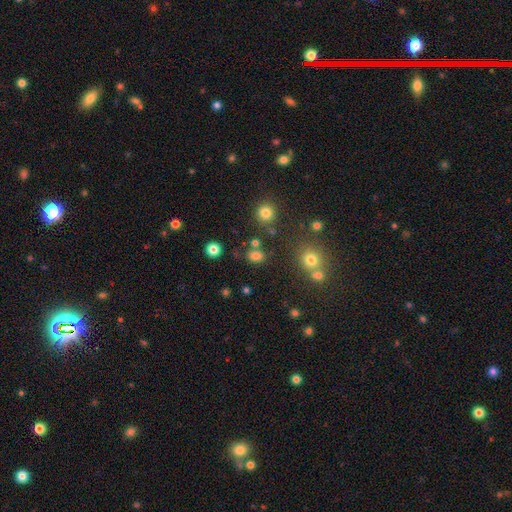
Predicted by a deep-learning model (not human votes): Smooth or featured? smooth (76%)
How rounded? in between (54%)
Merging? none (76%)